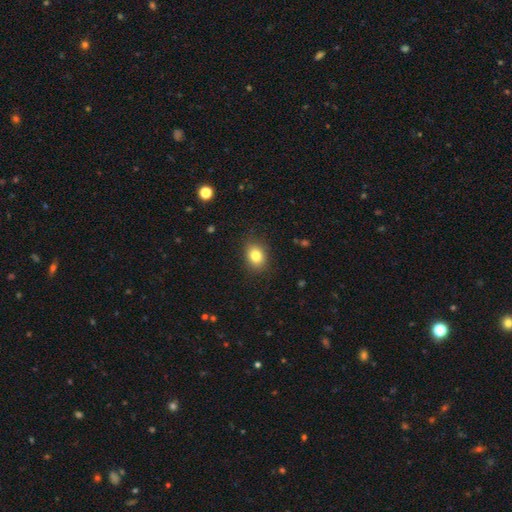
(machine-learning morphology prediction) Overall: smooth (82%). How rounded: in between (57%; round 42%). Merging: none (86%).